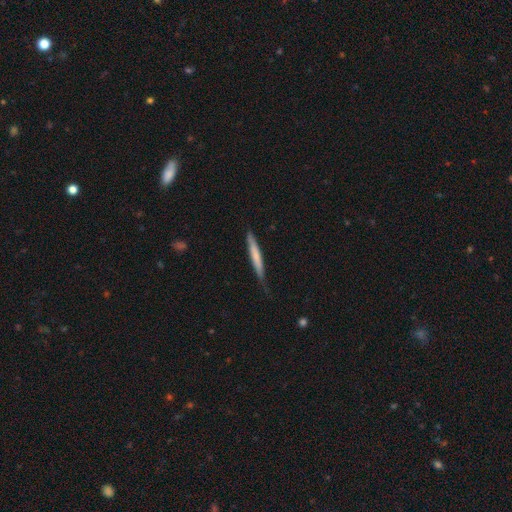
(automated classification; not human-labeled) Morphology: type=smooth (63%); roundness=cigar-shaped (95%); merging=none (71%).